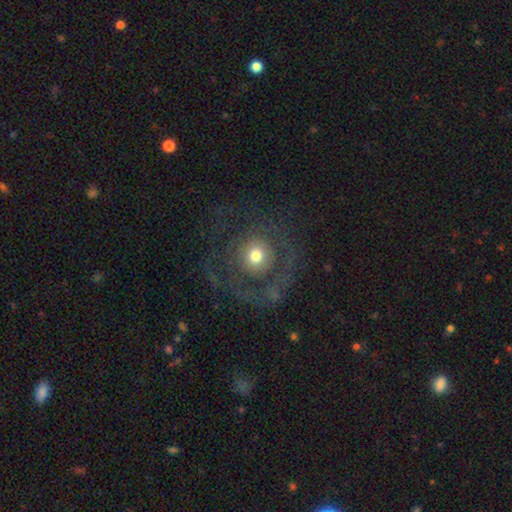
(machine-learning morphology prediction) smooth-or-featured: featured or disk: 50% | smooth: 38% | star or artifact: 12%
  disk-edge-on: no: 96% | yes: 4%
  merging: none: 59% | major disturbance: 26% | minor disturbance: 13% | merger: 2%